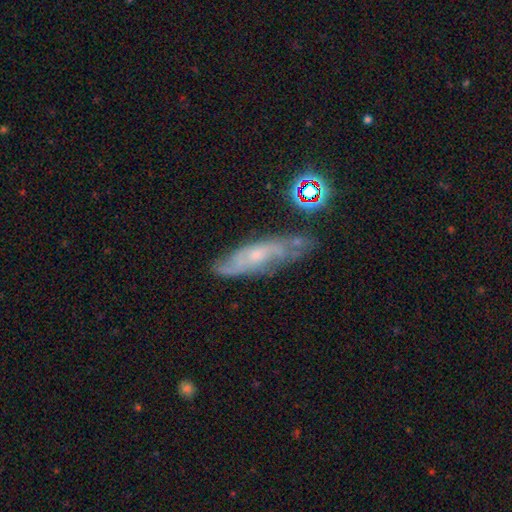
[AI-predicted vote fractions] Smooth or featured? featured or disk (68%)
Edge-on disk? no (76%)
Bar? no (66%)
Spiral arms? yes (86%)
Bulge size? small (58%)
Merging? none (61%)